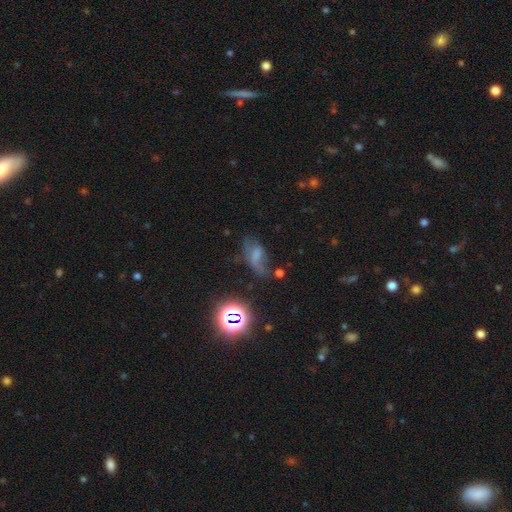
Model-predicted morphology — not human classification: Smooth or featured? smooth (45%)
Merging? none (38%)